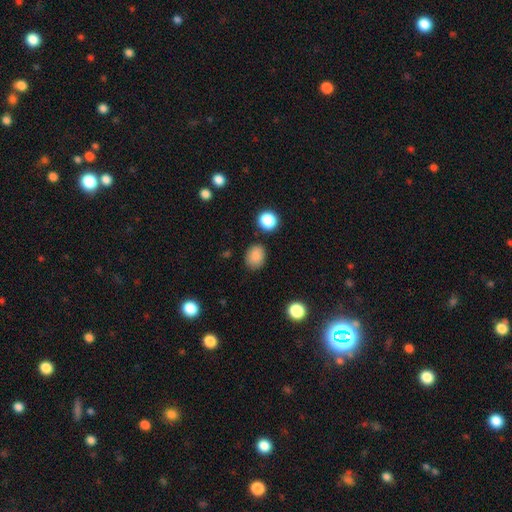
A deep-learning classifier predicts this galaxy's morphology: Overall: smooth (86%). How rounded: in between (54%; round 45%). Merging: none (81%).